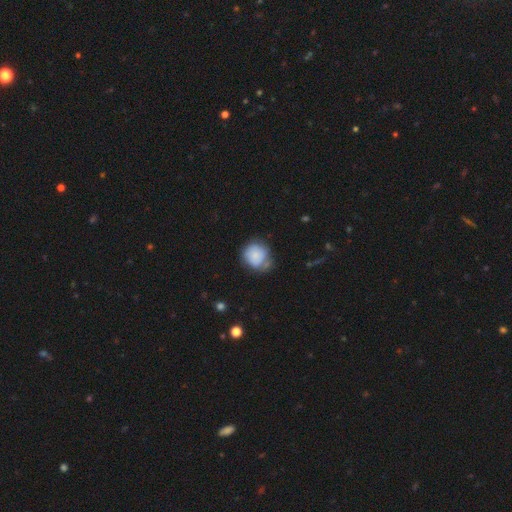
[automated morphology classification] Smooth or featured? smooth (79%)
How rounded? round (83%)
Merging? none (50%)